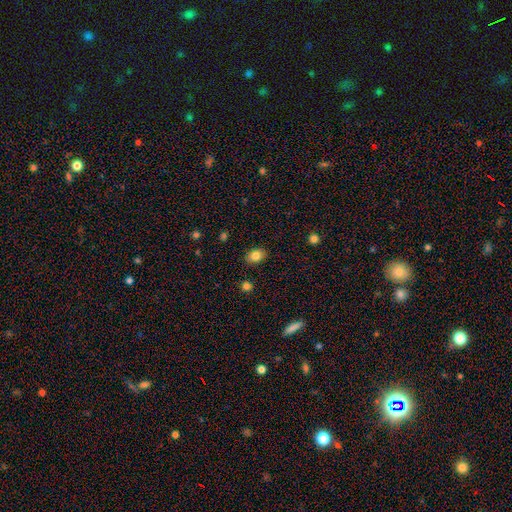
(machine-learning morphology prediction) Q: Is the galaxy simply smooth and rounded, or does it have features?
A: smooth — 83%.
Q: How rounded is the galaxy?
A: in between — 71%.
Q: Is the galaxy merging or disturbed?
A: none — 87%.